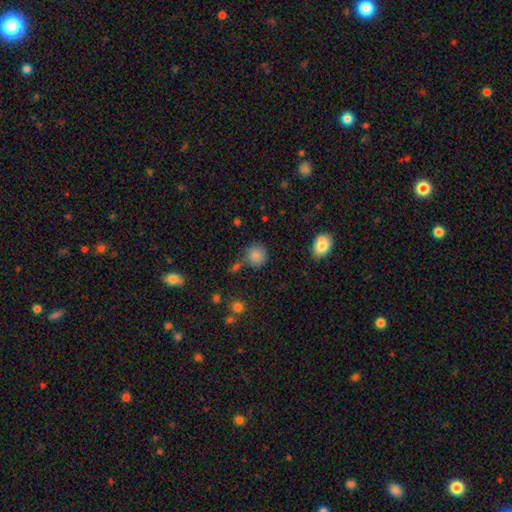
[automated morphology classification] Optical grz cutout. It shows a smooth galaxy with no disk features (85%) that is round (89%). Merging: none (74%).